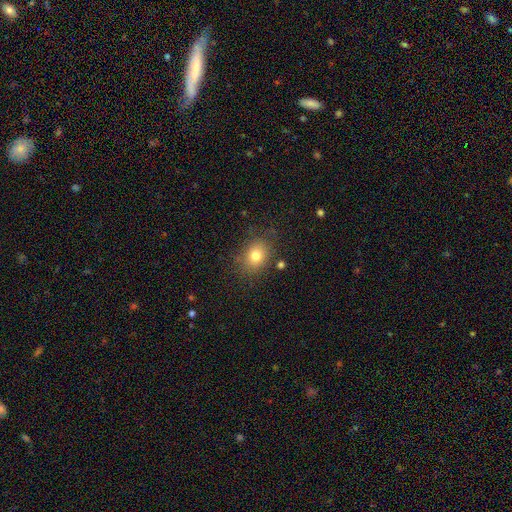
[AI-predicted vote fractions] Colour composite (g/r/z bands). It shows a smooth galaxy with no disk features (77%) that is round (52%). Merging: none (81%).